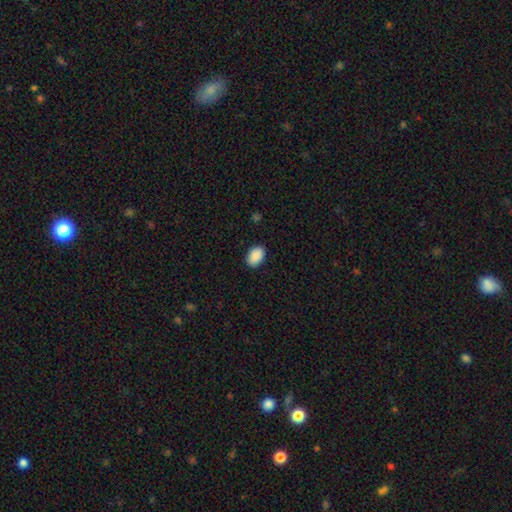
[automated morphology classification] Smooth or featured? smooth (90%)
How rounded? in between (87%)
Merging? none (87%)